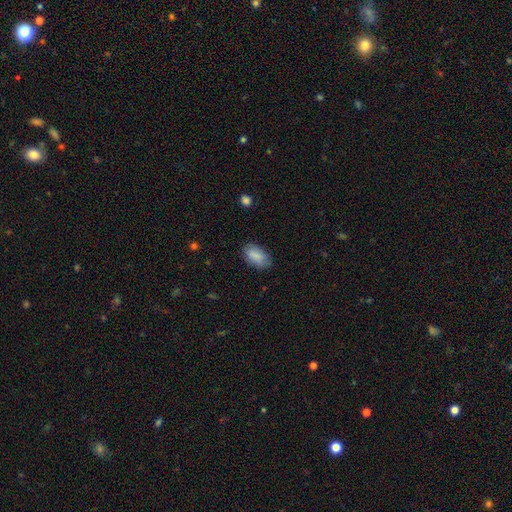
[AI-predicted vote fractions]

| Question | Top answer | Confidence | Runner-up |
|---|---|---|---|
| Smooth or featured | smooth | 86% | featured or disk (7%) |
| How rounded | in between | 93% | round (5%) |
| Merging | none | 77% | minor disturbance (17%) |